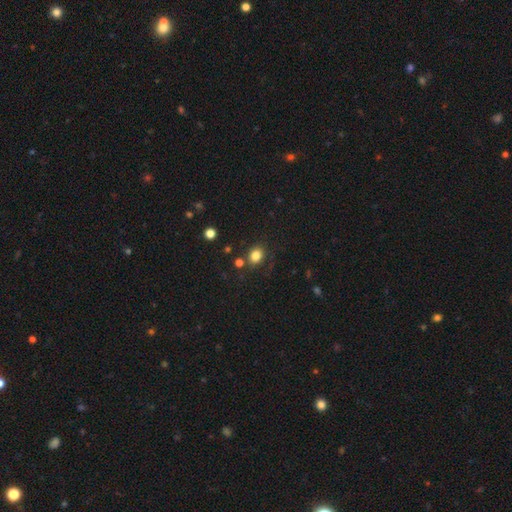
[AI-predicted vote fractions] A smooth galaxy with no disk features (82%) that is round (55%).

Vote fractions:
- Smooth or featured? smooth: 82% / star or artifact: 12% / featured or disk: 6%
- How rounded? round: 55% / in between: 44% / cigar-shaped: 1%
- Merging? none: 77% / minor disturbance: 12% / merger: 6% / major disturbance: 4%